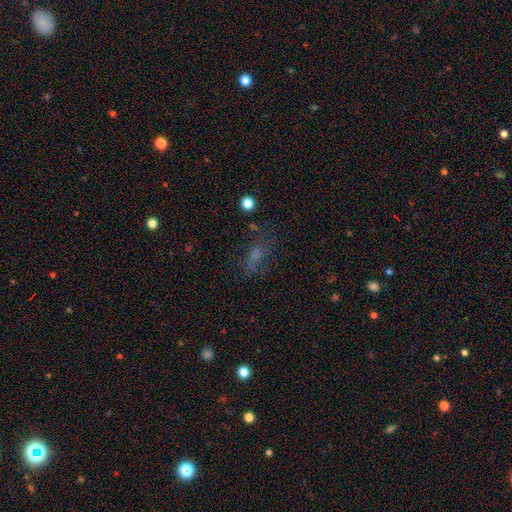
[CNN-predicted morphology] Smooth or featured? Predicted: smooth (p=0.50). How rounded? Predicted: in between (p=0.71). Merging? Predicted: none (p=0.54).